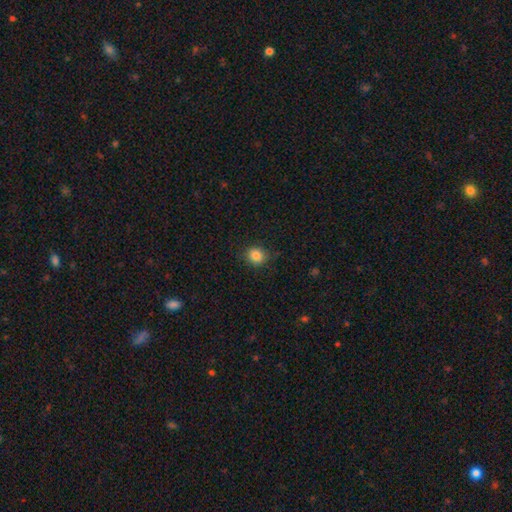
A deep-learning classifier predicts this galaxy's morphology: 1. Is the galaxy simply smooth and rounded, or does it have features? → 85% smooth, 10% star or artifact, 5% featured or disk.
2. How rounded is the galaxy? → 79% round, 20% in between, 1% cigar-shaped.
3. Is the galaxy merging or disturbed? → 85% none, 11% minor disturbance, 3% major disturbance, 1% merger.